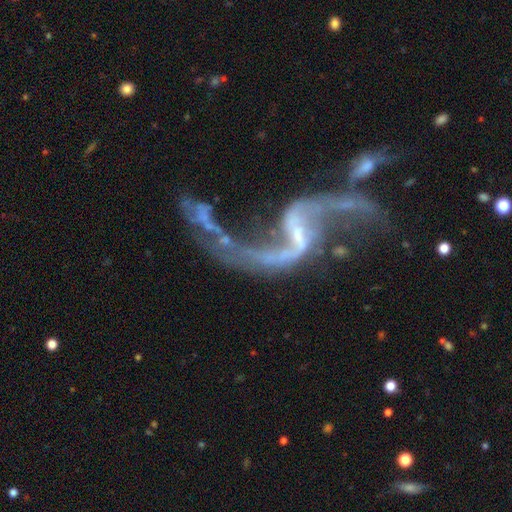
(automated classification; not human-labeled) This appears to be a featured or disk galaxy (91%) with a weak bar (44%), 2 (93%) loose (92%) spiral arms (96%) and a small central bulge (60%). Merging: none (41%).